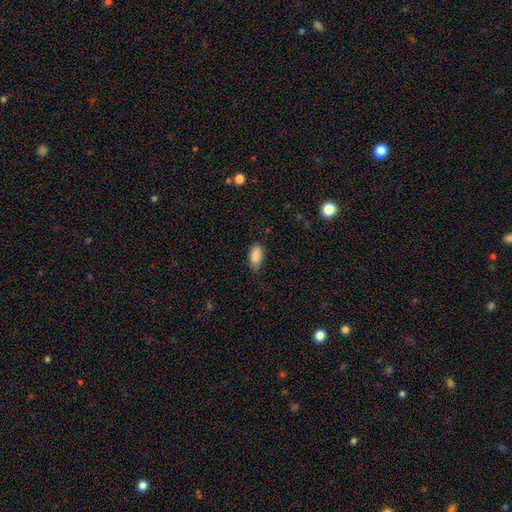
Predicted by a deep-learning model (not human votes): Smooth or featured: smooth — 87% (star or artifact — 7%)
How rounded: in between — 91% (cigar-shaped — 6%)
Merging: none — 76% (minor disturbance — 19%)